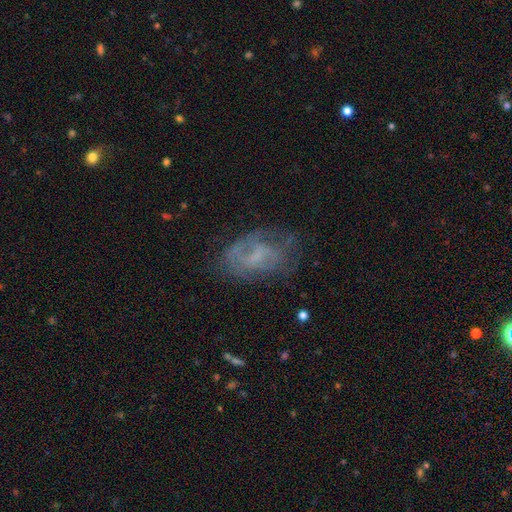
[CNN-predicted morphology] A featured or disk galaxy (53%) with no bar (59%), spiral arms (51%) and no central bulge (53%).

Vote fractions:
- Smooth or featured? featured or disk: 53% / smooth: 34% / star or artifact: 13%
- Edge-on disk? no: 95% / yes: 5%
- Bar? no: 59% / weak: 33% / strong: 8%
- Spiral arms? yes: 51% / no: 49%
- Bulge size? none: 53% / small: 27% / moderate: 16% / large: 3% / dominant: 1%
- Merging? none: 54% / minor disturbance: 24% / major disturbance: 20% / merger: 2%